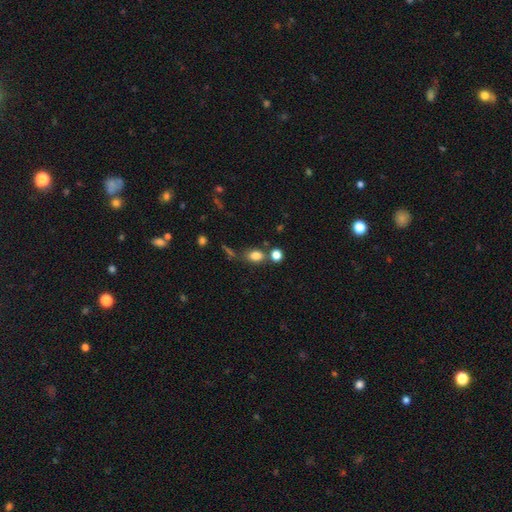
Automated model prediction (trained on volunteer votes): Q: Smooth or featured?
A: smooth (81%); runner-up: star or artifact (12%)
Q: How rounded?
A: in between (68%); runner-up: round (30%)
Q: Merging?
A: none (60%); runner-up: merger (21%)